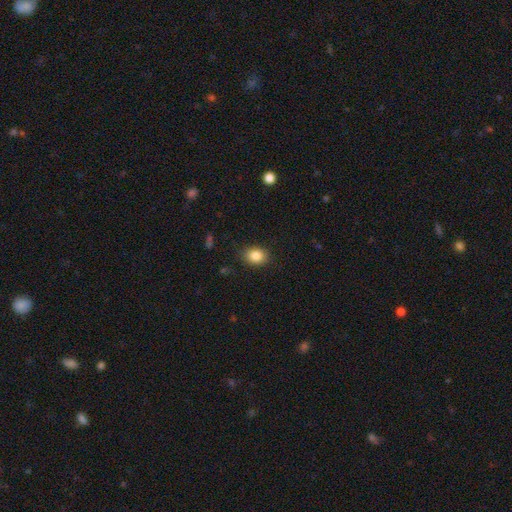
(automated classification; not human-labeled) Morphology: type=smooth (86%); roundness=in between (57%); merging=none (86%).